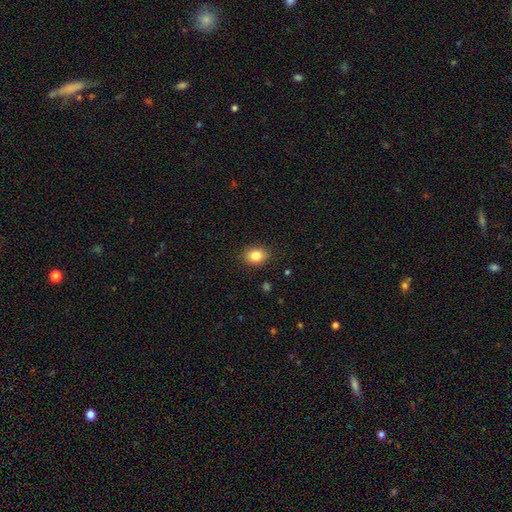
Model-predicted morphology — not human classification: Smooth or featured?
  - smooth: 84% *
  - star or artifact: 10%
  - featured or disk: 7%
How rounded?
  - in between: 53% *
  - round: 46%
  - cigar-shaped: 1%
Merging?
  - none: 89% *
  - minor disturbance: 8%
  - major disturbance: 2%
  - merger: 1%